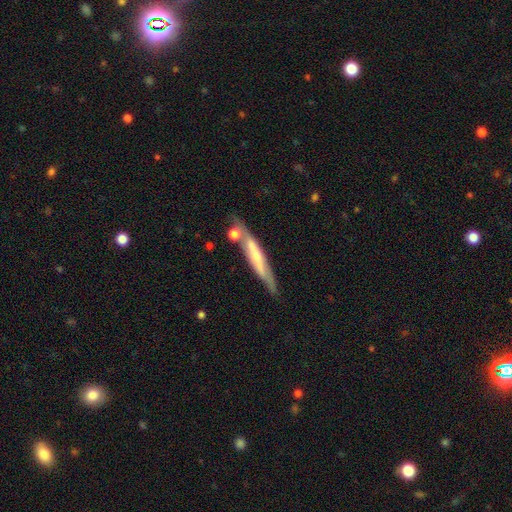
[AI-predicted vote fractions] smooth-or-featured: featured or disk: 53% | smooth: 41% | star or artifact: 6%
  disk-edge-on: yes: 83% | no: 17%
  merging: none: 64% | minor disturbance: 18% | merger: 13% | major disturbance: 5%